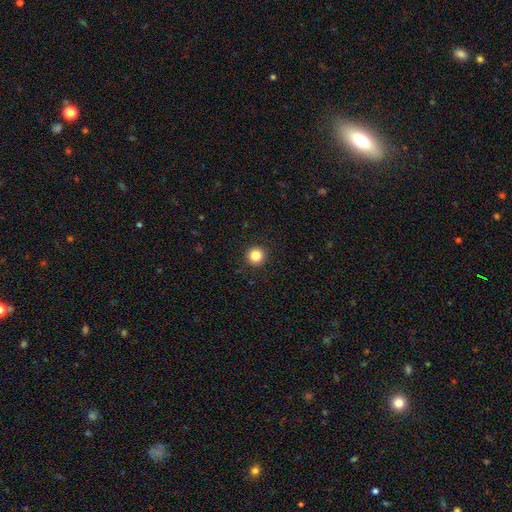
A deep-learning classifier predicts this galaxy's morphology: Smooth or featured? smooth (84%)
How rounded? round (95%)
Merging? none (93%)